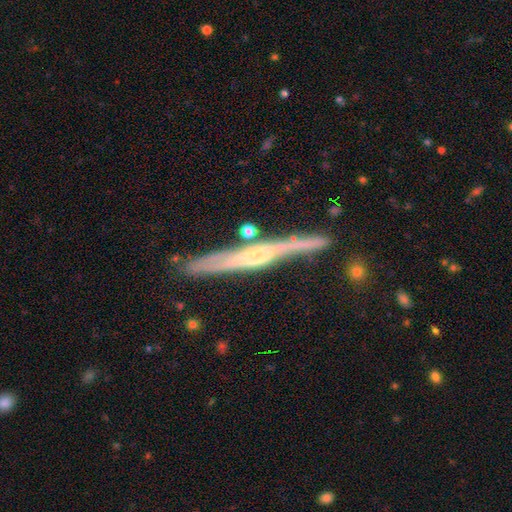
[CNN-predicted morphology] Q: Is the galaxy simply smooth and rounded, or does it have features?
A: featured or disk — 76%.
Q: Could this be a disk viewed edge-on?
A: yes — 95%.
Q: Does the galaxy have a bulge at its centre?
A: rounded — 45%.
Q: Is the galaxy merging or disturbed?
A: none — 80%.